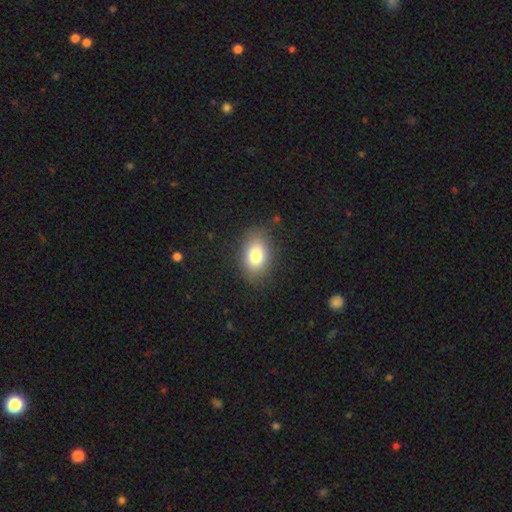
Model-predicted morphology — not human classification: Q: Smooth or featured?
A: smooth (80%); runner-up: featured or disk (11%)
Q: How rounded?
A: in between (84%); runner-up: round (14%)
Q: Merging?
A: none (82%); runner-up: minor disturbance (13%)